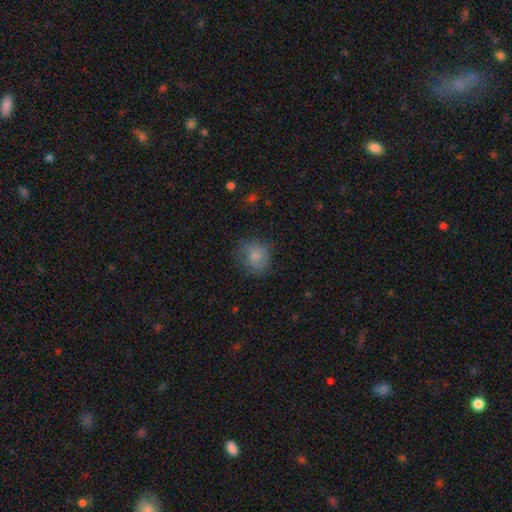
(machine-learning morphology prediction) Smooth or featured? smooth (78%)
How rounded? round (78%)
Merging? none (70%)